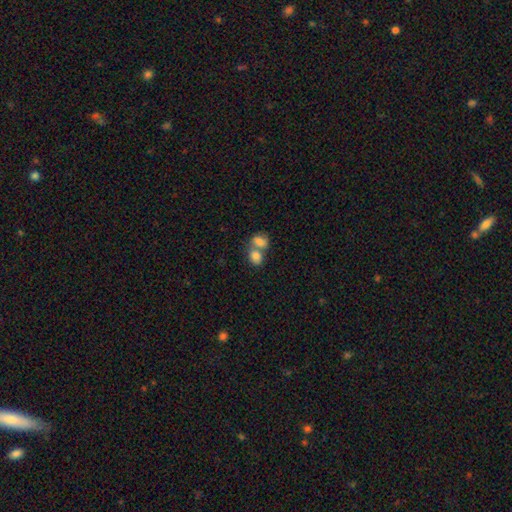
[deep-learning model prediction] smooth 80%, featured or disk 11%, star or artifact 8%. Down the decision tree: how rounded — in between (61%); merging — merger (67%).